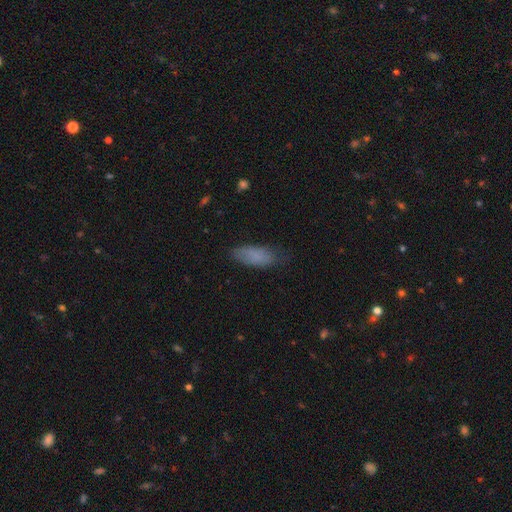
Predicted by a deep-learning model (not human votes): Overall: smooth (81%). How rounded: in between (75%). Merging: none (68%).